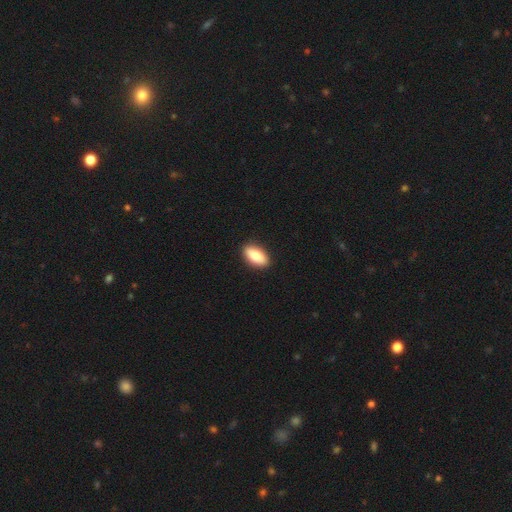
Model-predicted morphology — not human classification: smooth-or-featured: smooth: 81% | featured or disk: 13% | star or artifact: 6%
  how-rounded: in between: 88% | cigar-shaped: 8% | round: 4%
  merging: none: 90% | minor disturbance: 7% | major disturbance: 2% | merger: 1%